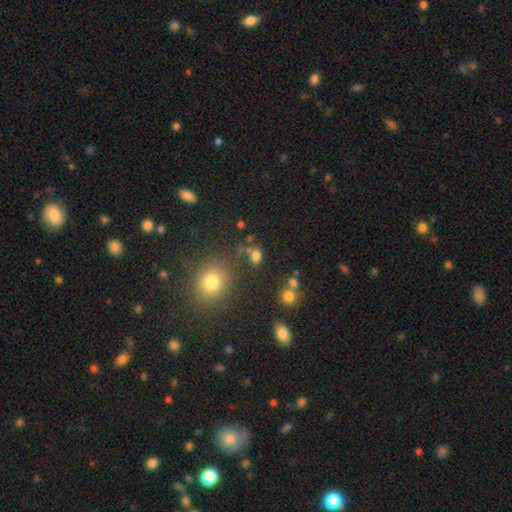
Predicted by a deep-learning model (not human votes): Smooth or featured?
  - smooth: 75% *
  - star or artifact: 17%
  - featured or disk: 7%
How rounded?
  - in between: 60% *
  - round: 38%
  - cigar-shaped: 2%
Merging?
  - none: 64% *
  - merger: 15%
  - minor disturbance: 14%
  - major disturbance: 7%